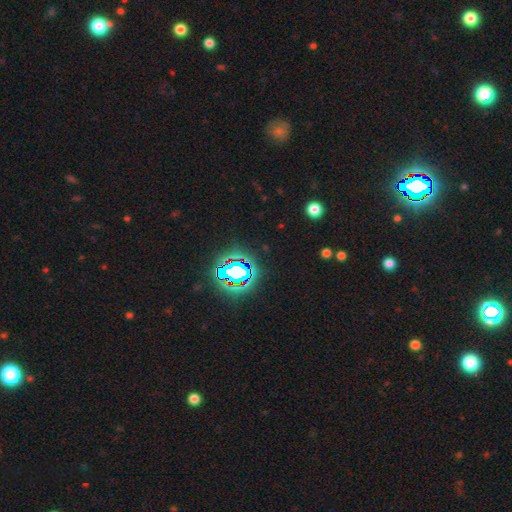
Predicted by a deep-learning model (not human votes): Smooth or featured? Predicted: star or artifact (p=0.81).